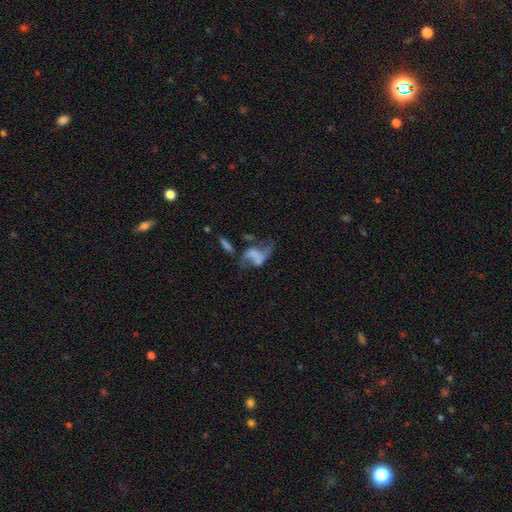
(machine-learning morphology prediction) Smooth or featured? Predicted: featured or disk (p=0.52). Edge-on disk? Predicted: no (p=0.95). Merging? Predicted: major disturbance (p=0.35).